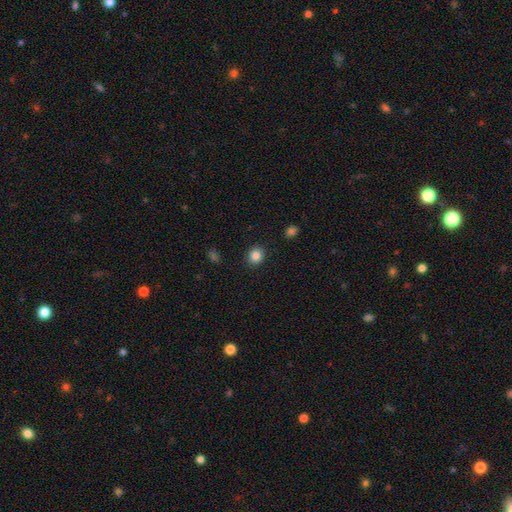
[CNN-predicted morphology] smooth-or-featured: smooth: 85% | star or artifact: 10% | featured or disk: 5%
  how-rounded: round: 79% | in between: 20% | cigar-shaped: 1%
  merging: none: 90% | minor disturbance: 6% | major disturbance: 2% | merger: 1%